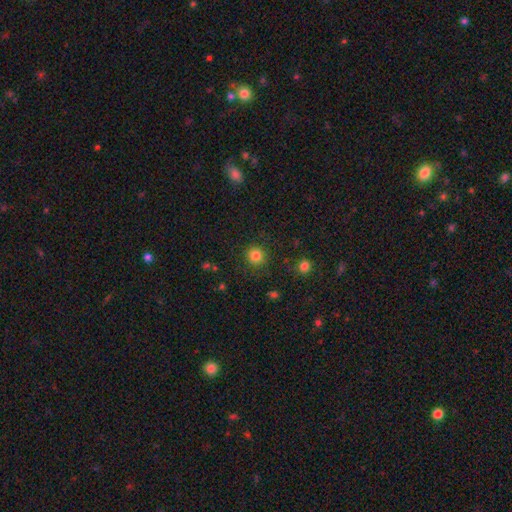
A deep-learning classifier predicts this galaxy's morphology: The model was most divided on "smooth or featured": smooth: 83%, star or artifact: 12%, featured or disk: 5%. More confident: how rounded — round (93%); merging — none (88%).